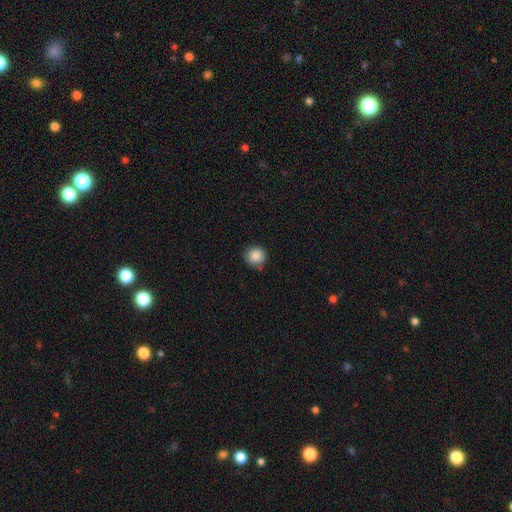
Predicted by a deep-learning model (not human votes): Smooth or featured?
  - smooth: 87% *
  - star or artifact: 9%
  - featured or disk: 4%
How rounded?
  - round: 93% *
  - in between: 6%
  - cigar-shaped: 1%
Merging?
  - none: 79% *
  - minor disturbance: 15%
  - merger: 3%
  - major disturbance: 3%